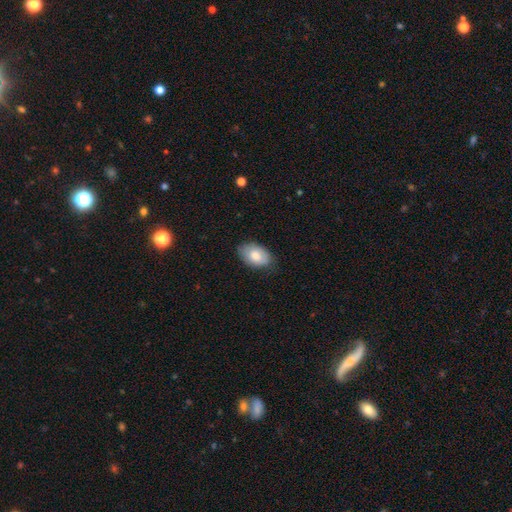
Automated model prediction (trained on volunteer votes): This appears to be a smooth galaxy with no disk features (79%) that is in between round and cigar-shaped (90%). Merging: none (78%).